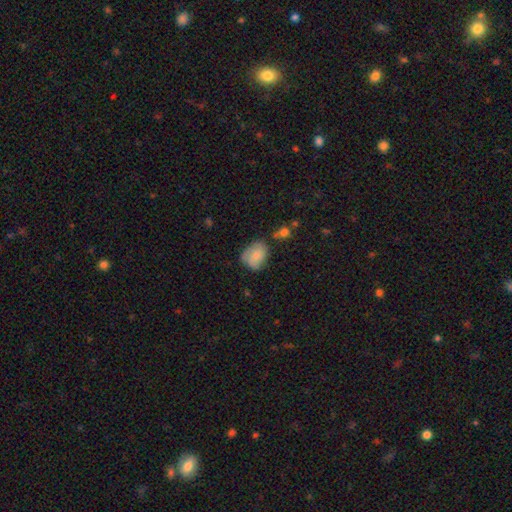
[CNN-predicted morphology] This appears to be a smooth galaxy with no disk features (76%) that is in between round and cigar-shaped (63%). Merging: none (46%).